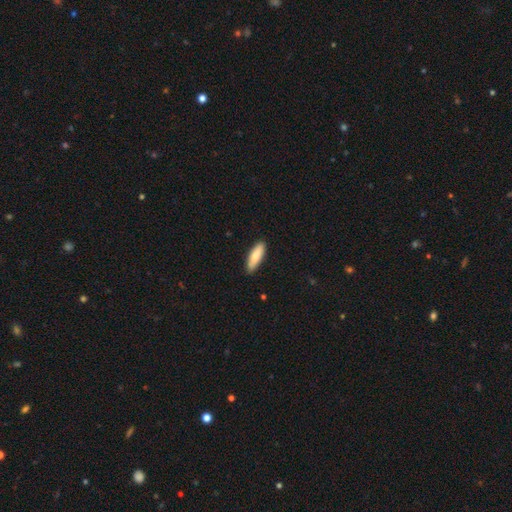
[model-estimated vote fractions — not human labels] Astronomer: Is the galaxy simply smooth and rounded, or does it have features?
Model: smooth — 84%.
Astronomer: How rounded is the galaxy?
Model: in between — 51% (runner-up: cigar-shaped, 47%).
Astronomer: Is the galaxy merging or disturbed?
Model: none — 86%.